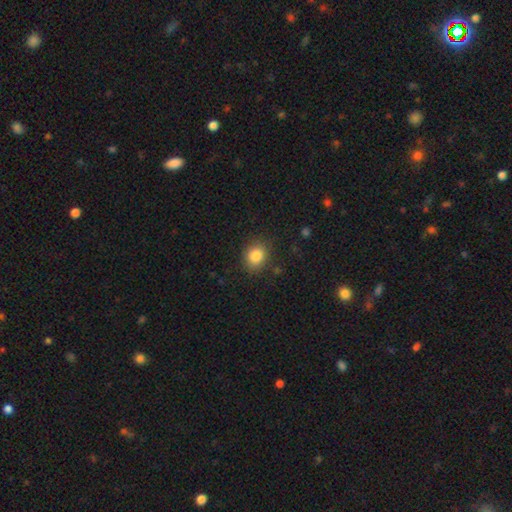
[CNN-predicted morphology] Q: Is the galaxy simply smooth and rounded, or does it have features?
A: smooth — 86%.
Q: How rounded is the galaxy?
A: round — 68%.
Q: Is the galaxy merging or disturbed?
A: none — 84%.